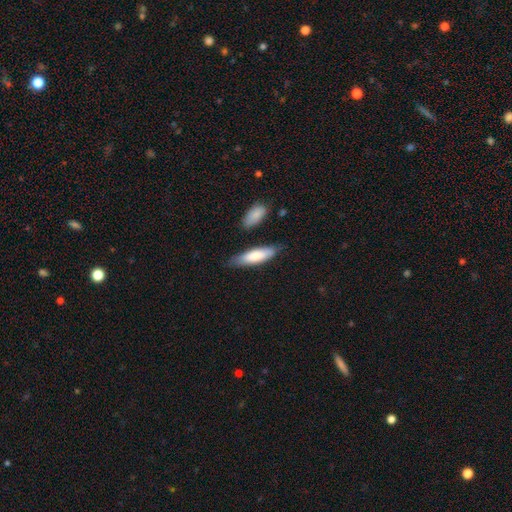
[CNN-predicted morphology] This appears to be a smooth galaxy with no disk features (75%) that is cigar-shaped (54%). Merging: none (74%).